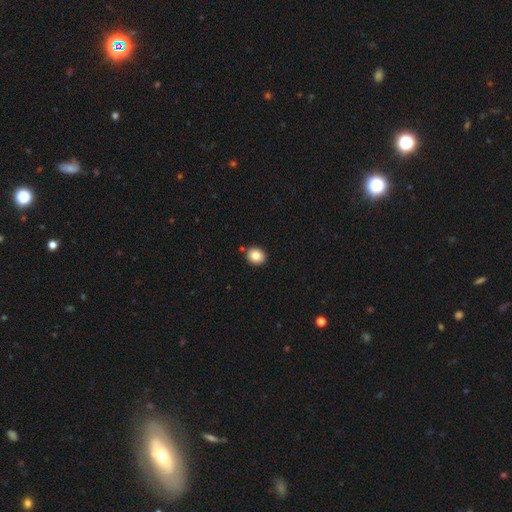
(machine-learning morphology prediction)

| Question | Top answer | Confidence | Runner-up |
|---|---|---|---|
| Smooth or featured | smooth | 85% | star or artifact (9%) |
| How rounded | round | 73% | in between (26%) |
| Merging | none | 87% | minor disturbance (7%) |